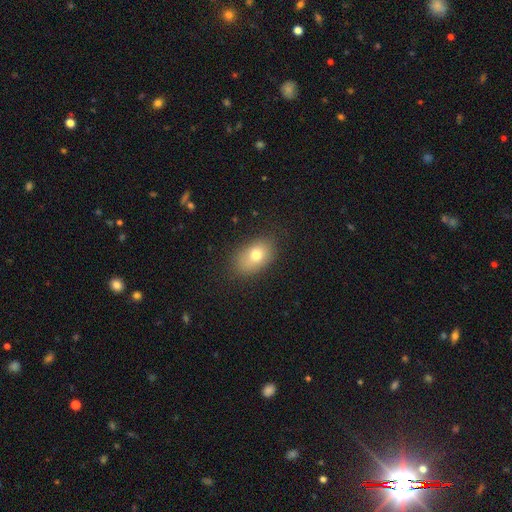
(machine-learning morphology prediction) Smooth or featured: smooth — 75% (featured or disk — 15%)
How rounded: in between — 84% (round — 14%)
Merging: none — 80% (minor disturbance — 15%)